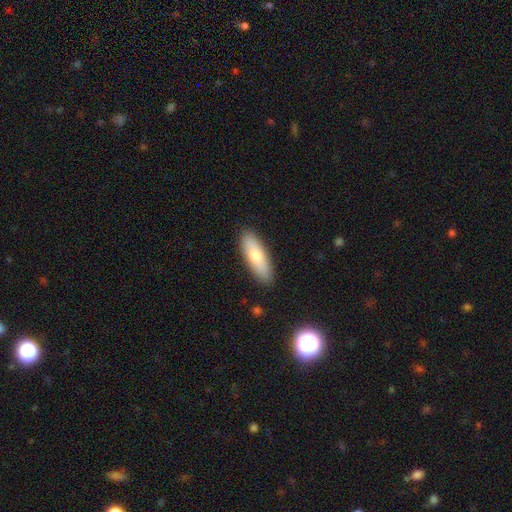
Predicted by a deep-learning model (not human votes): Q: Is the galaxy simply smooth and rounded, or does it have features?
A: smooth — 68%.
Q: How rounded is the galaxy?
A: in between — 53%.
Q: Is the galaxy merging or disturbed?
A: none — 89%.